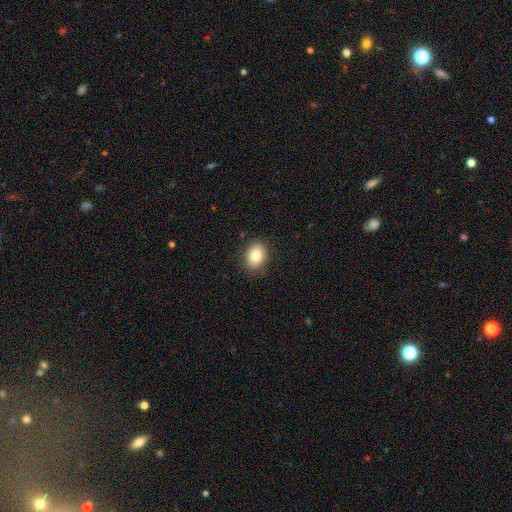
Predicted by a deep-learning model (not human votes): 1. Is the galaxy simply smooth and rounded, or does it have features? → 82% smooth, 9% star or artifact, 9% featured or disk.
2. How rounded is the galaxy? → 57% in between, 43% round, 1% cigar-shaped.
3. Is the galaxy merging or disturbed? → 87% none, 9% minor disturbance, 2% major disturbance, 1% merger.